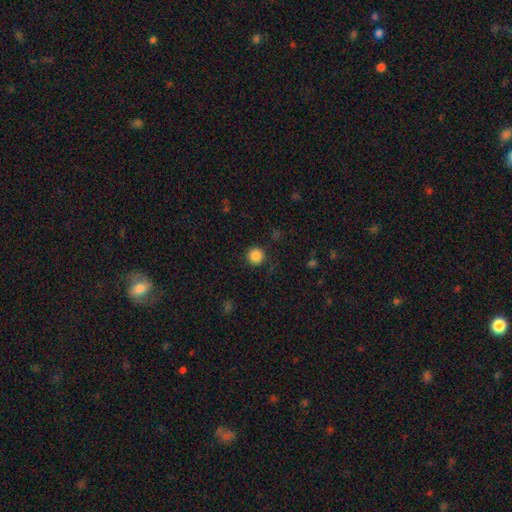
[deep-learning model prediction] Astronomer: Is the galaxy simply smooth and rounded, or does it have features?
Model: smooth — 86%.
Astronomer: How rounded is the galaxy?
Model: round — 95%.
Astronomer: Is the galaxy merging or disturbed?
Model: none — 89%.